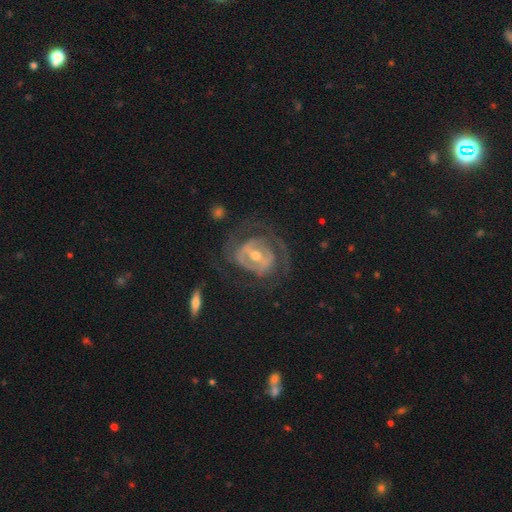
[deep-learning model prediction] Morphology: type=featured or disk (84%); edge-on=no (95%); bar=strong (40%); spiral arms=yes (78%); winding=tight (50%); arm count=2 (46%); bulge=moderate (60%); merging=none (59%).